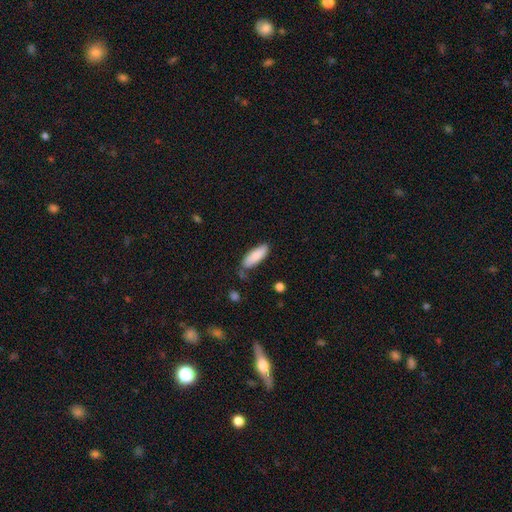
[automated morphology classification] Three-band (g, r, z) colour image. It shows a smooth galaxy with no disk features (83%) that is in between round and cigar-shaped (66%). Merging: none (70%).